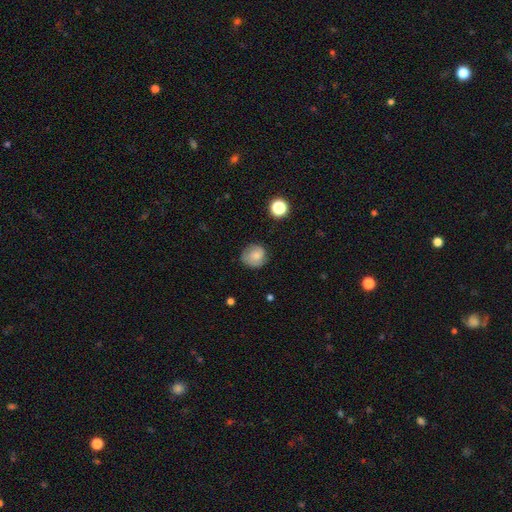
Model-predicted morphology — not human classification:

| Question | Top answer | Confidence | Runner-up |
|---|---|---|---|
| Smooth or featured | smooth | 73% | featured or disk (18%) |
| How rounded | round | 84% | in between (15%) |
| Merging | none | 70% | minor disturbance (22%) |